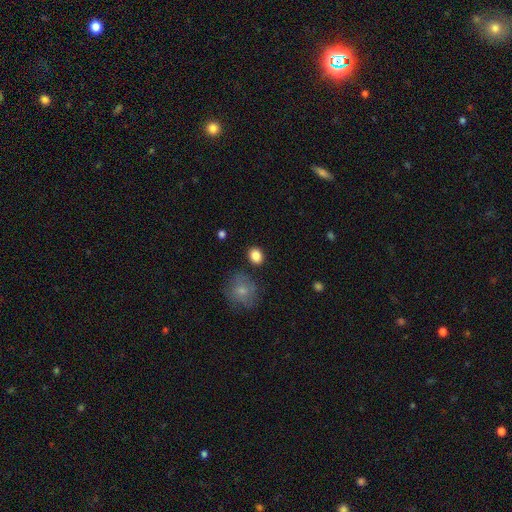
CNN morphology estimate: Smooth or featured? smooth (86%)
How rounded? round (62%)
Merging? none (86%)